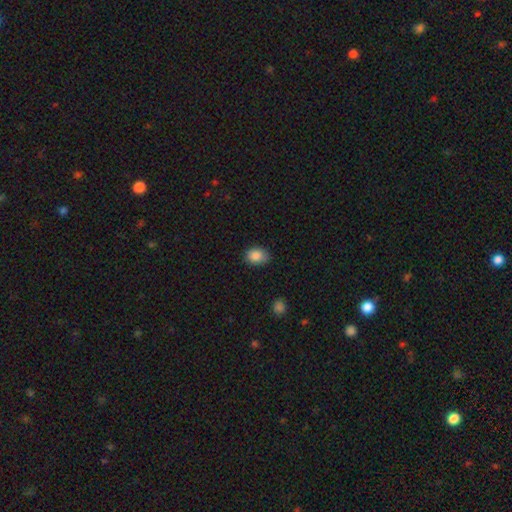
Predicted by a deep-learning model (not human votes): smooth_or_featured: smooth (p=0.87) [alt: star or artifact p=0.09]
how_rounded: in between (p=0.64) [alt: round p=0.35]
merging: none (p=0.75) [alt: minor disturbance p=0.20]